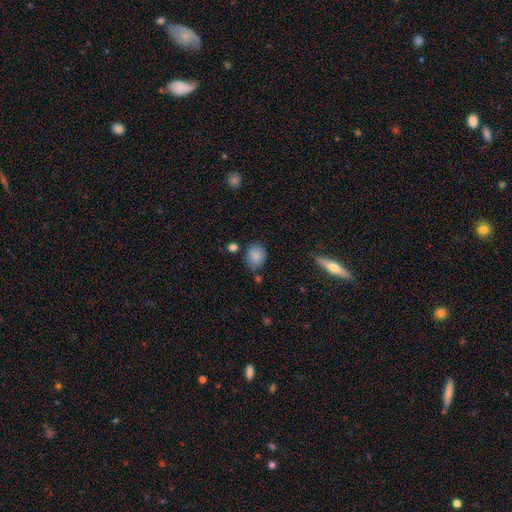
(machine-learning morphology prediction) type=smooth (84%); roundness=round (59%); merging=none (70%).